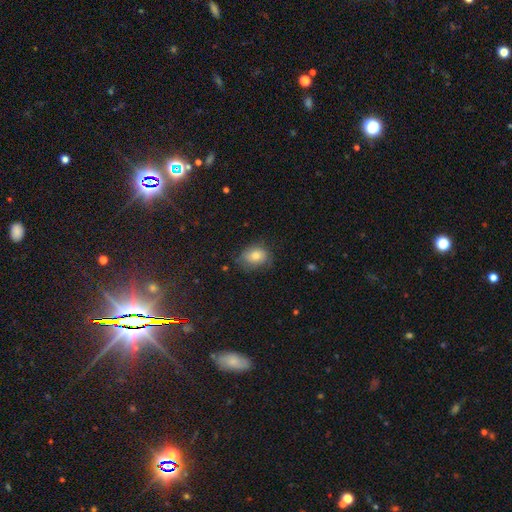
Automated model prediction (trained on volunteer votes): Smooth or featured? Predicted: smooth (p=0.68). How rounded? Predicted: in between (p=0.60). Merging? Predicted: none (p=0.64).